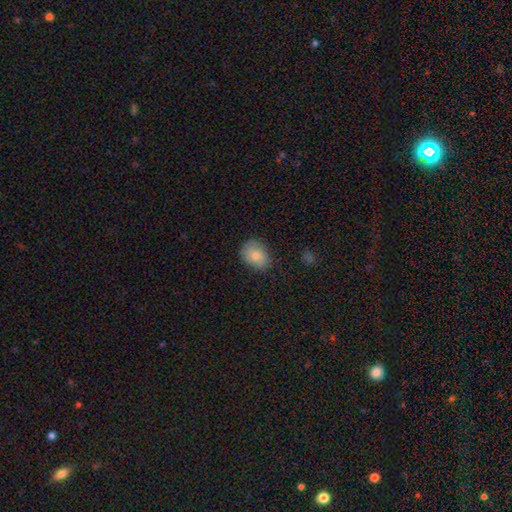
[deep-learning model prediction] Overall: smooth (81%). How rounded: in between (60%; round 39%). Merging: none (75%).